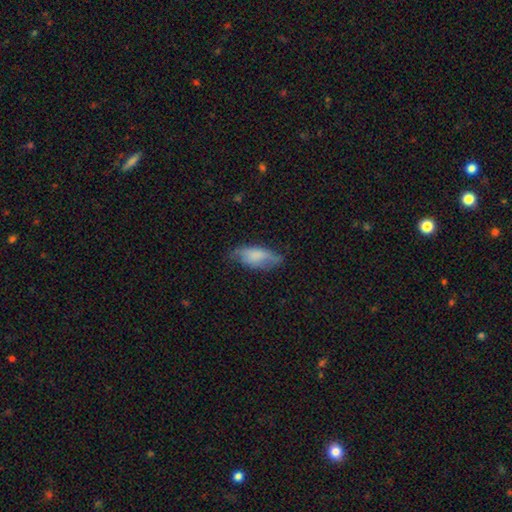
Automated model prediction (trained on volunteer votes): This is likely a smooth galaxy (69%). How rounded: likely in between (78%). Merging: possibly none (54%).